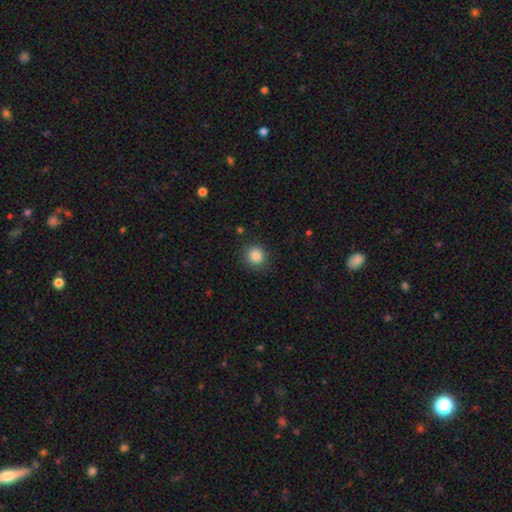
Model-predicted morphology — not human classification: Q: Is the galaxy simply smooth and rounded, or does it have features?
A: smooth — 86%.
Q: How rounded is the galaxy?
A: round — 88%.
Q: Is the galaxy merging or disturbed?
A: none — 85%.